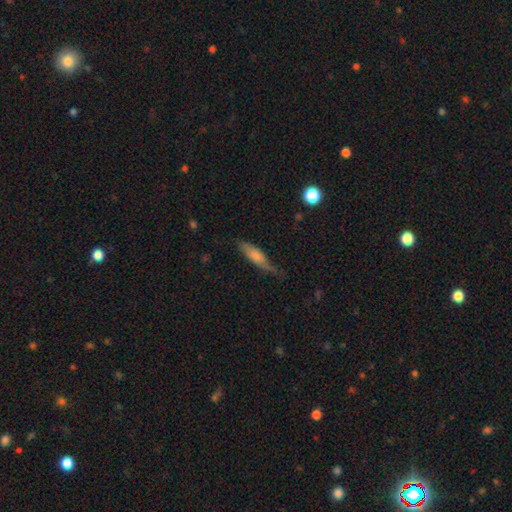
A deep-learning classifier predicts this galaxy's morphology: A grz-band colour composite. It shows a smooth galaxy with no disk features (66%) that is cigar-shaped (52%). Merging: none (43%).